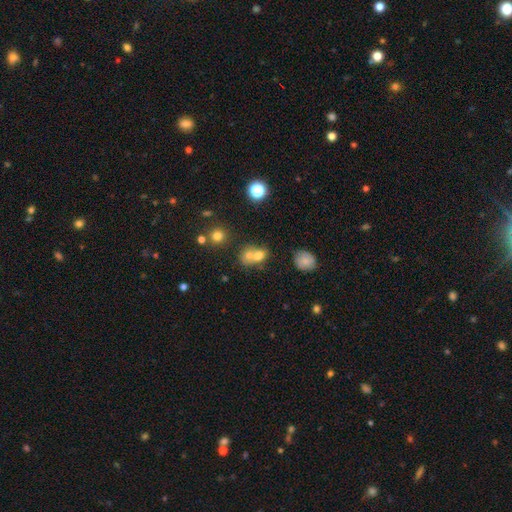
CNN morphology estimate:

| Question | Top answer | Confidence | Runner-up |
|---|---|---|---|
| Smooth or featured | smooth | 70% | featured or disk (16%) |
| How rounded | round | 51% | in between (47%) |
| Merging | merger | 61% | none (28%) |